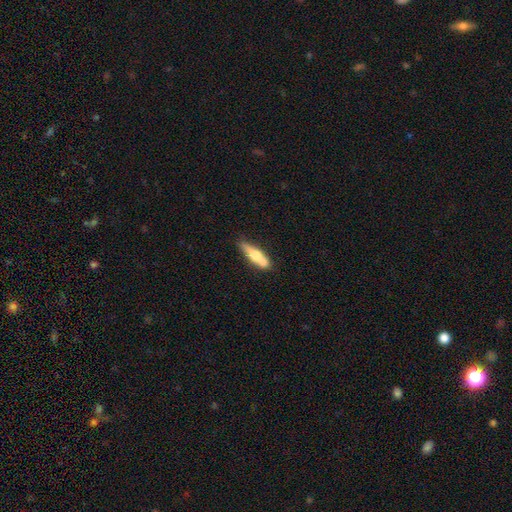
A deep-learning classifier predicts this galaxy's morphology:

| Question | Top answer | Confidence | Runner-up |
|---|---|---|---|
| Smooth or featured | smooth | 55% | featured or disk (39%) |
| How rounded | cigar-shaped | 67% | in between (30%) |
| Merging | none | 56% | minor disturbance (20%) |